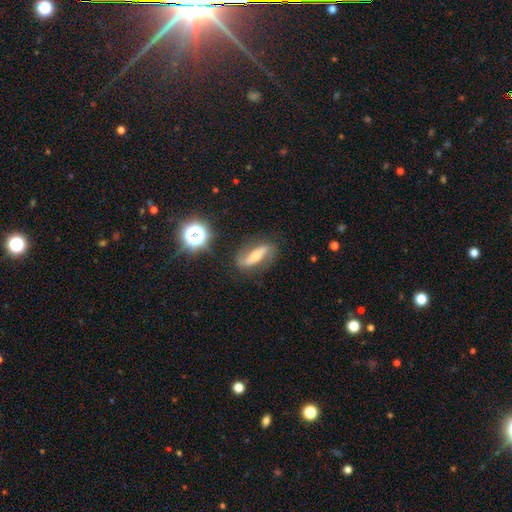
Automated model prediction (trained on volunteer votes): Smooth or featured?
  - featured or disk: 67% *
  - smooth: 22%
  - star or artifact: 11%
Edge-on disk?
  - no: 73% *
  - yes: 27%
Merging?
  - none: 79% *
  - minor disturbance: 14%
  - major disturbance: 5%
  - merger: 2%